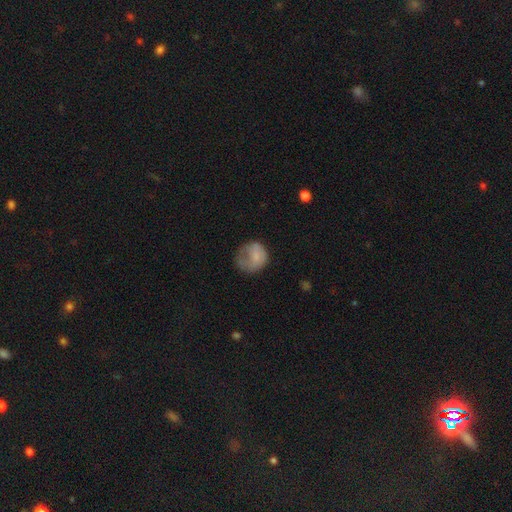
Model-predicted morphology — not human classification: Q: Smooth or featured?
A: smooth (69%); runner-up: featured or disk (23%)
Q: How rounded?
A: round (71%); runner-up: in between (28%)
Q: Merging?
A: none (36%); runner-up: major disturbance (34%)